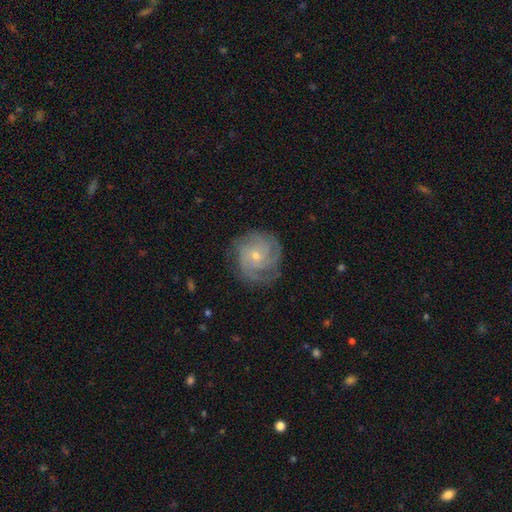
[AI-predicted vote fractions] A featured or disk galaxy (82%) with no bar (70%), 3 (34%) tight (67%) spiral arms (96%) and a small central bulge (66%).

Vote fractions:
- Smooth or featured? featured or disk: 82% / smooth: 12% / star or artifact: 6%
- Edge-on disk? no: 98% / yes: 2%
- Bar? no: 70% / weak: 26% / strong: 4%
- Spiral arms? yes: 96% / no: 4%
- Spiral winding? tight: 67% / medium: 28% / loose: 5%
- Spiral arm count? 3: 34% / can't tell: 22% / 4: 18% / 2: 14% / more than 4: 6% / 1: 6%
- Bulge size? small: 66% / moderate: 31% / none: 1% / large: 1% / dominant: 1%
- Merging? none: 77% / minor disturbance: 16% / major disturbance: 6% / merger: 1%